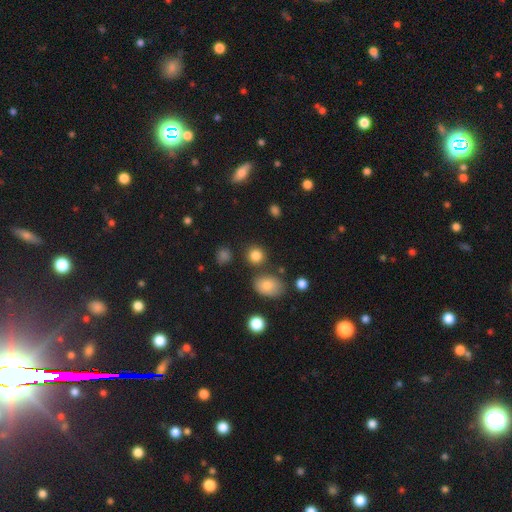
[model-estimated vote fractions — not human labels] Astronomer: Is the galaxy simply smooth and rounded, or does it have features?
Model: smooth — 83%.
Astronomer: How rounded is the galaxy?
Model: round — 84%.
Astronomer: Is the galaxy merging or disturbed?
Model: none — 80%.